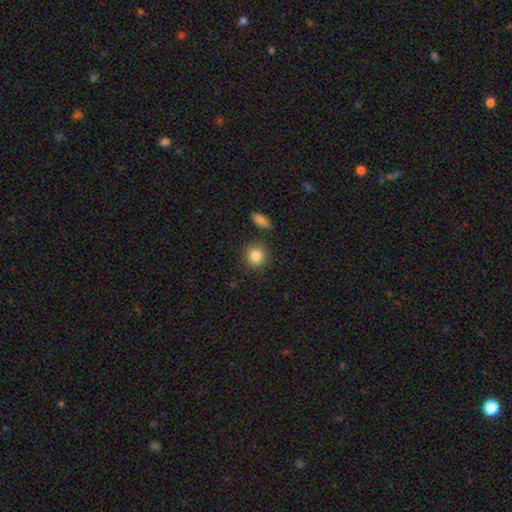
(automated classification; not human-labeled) smooth_or_featured: smooth (p=0.86) [alt: star or artifact p=0.09]
how_rounded: round (p=0.86) [alt: in between p=0.12]
merging: none (p=0.83) [alt: minor disturbance p=0.09]